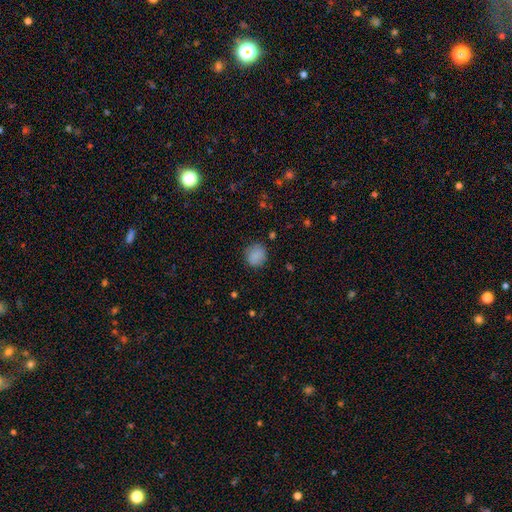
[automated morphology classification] The model was most divided on "how rounded": round: 83%, in between: 16%, cigar-shaped: 1%. More confident: smooth or featured — smooth (86%); merging — none (83%).